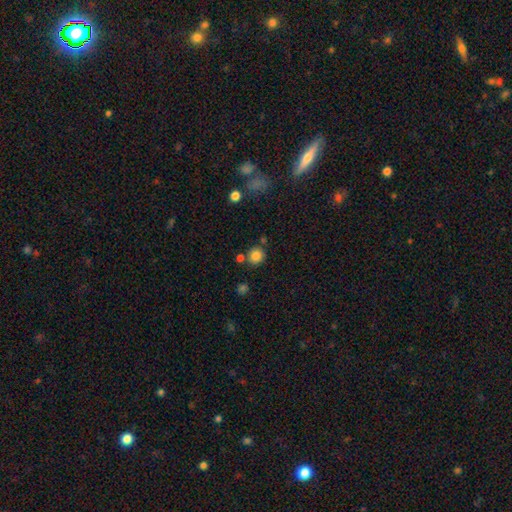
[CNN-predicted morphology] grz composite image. It shows a smooth galaxy with no disk features (83%) that is round (87%). Merging: none (77%).